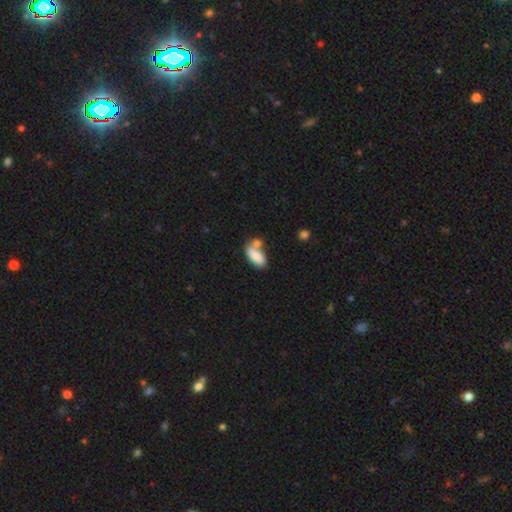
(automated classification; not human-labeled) smooth-or-featured: smooth: 83% | featured or disk: 10% | star or artifact: 7%
  how-rounded: in between: 86% | cigar-shaped: 11% | round: 3%
  merging: none: 40% | merger: 39% | minor disturbance: 14% | major disturbance: 6%